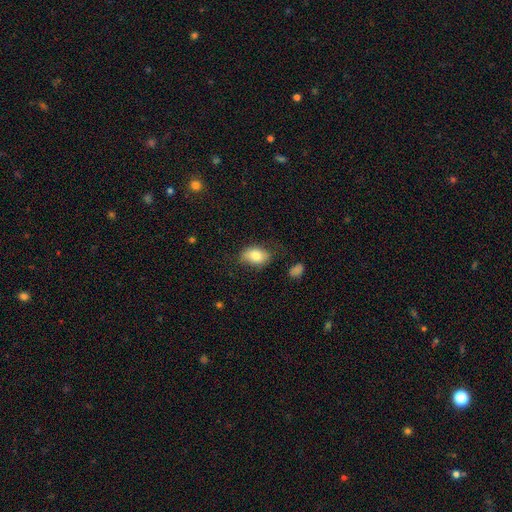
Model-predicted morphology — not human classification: smooth 81%, featured or disk 12%, star or artifact 8%. Down the decision tree: how rounded — in between (84%); merging — none (70%).